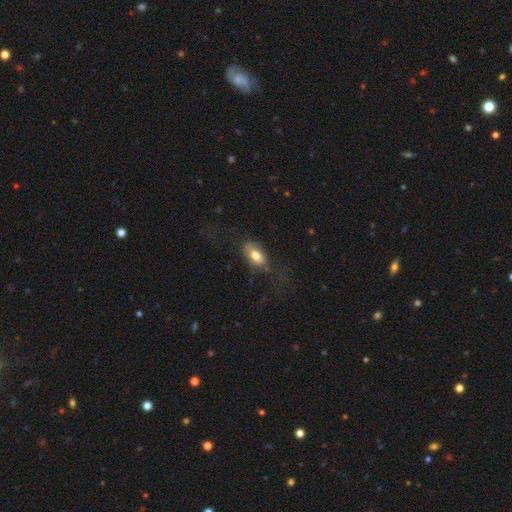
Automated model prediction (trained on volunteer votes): Overall: smooth (74%). How rounded: in between (91%). Merging: none (55%; minor disturbance 25%).